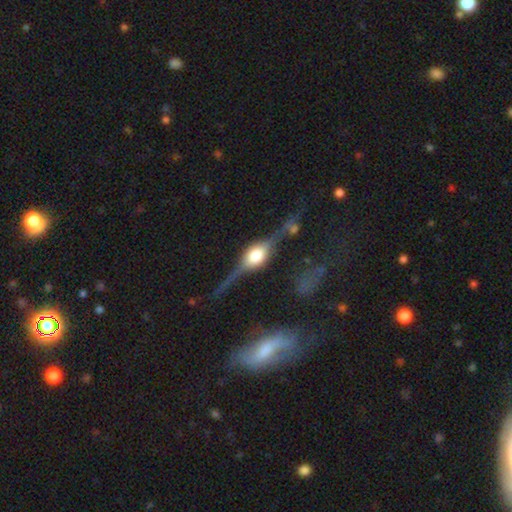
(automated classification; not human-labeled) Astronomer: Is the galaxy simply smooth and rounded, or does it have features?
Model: featured or disk — 82%.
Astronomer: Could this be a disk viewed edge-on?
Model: yes — 94%.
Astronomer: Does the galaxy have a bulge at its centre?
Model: rounded — 93%.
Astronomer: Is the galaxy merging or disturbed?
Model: none — 72%.